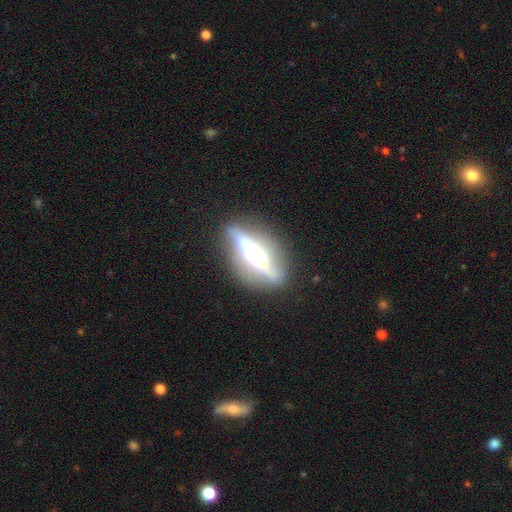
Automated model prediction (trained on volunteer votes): The model was most divided on "merging": none: 70%, minor disturbance: 17%, major disturbance: 8%, merger: 5%. More confident: edge-on bulge — rounded (82%); edge-on disk — yes (77%); smooth or featured — featured or disk (73%).